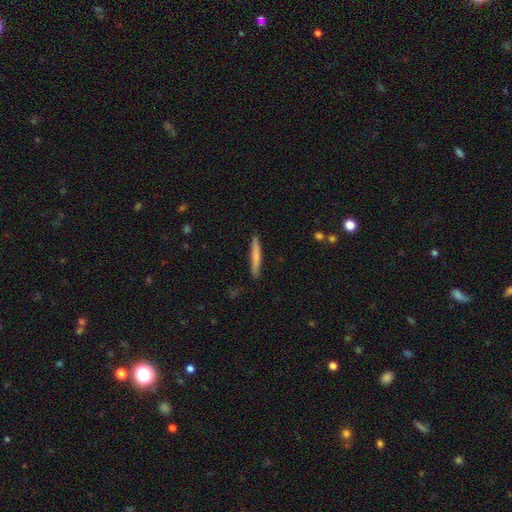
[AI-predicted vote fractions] Smooth or featured: smooth — 72% (featured or disk — 22%)
How rounded: cigar-shaped — 95% (in between — 3%)
Merging: none — 89% (minor disturbance — 8%)